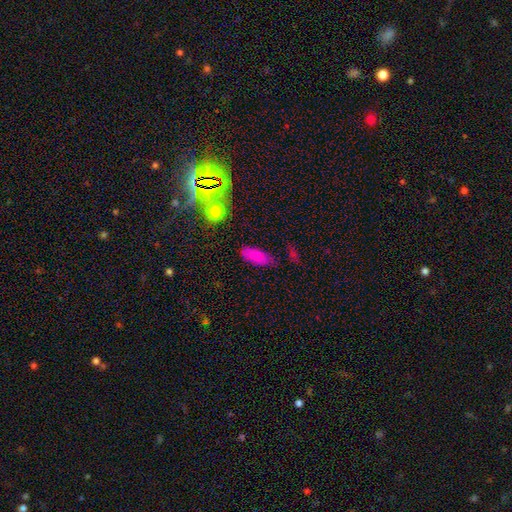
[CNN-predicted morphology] Smooth or featured?
  - smooth: 77% *
  - featured or disk: 12%
  - star or artifact: 11%
How rounded?
  - in between: 85% *
  - cigar-shaped: 12%
  - round: 3%
Merging?
  - none: 70% *
  - minor disturbance: 20%
  - major disturbance: 6%
  - merger: 4%